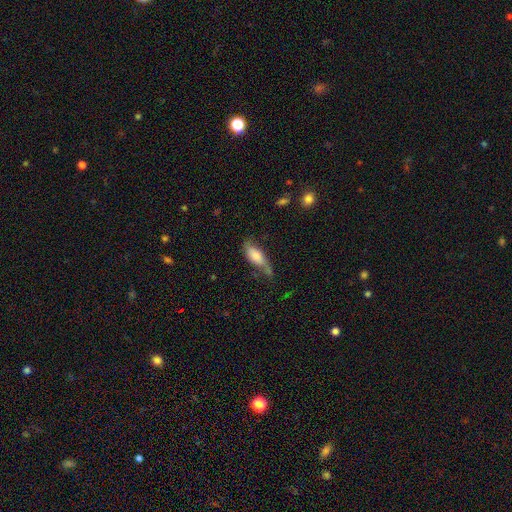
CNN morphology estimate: smooth-or-featured: smooth: 63% | featured or disk: 30% | star or artifact: 7%
  how-rounded: in between: 72% | cigar-shaped: 25% | round: 3%
  merging: none: 43% | minor disturbance: 34% | major disturbance: 17% | merger: 6%